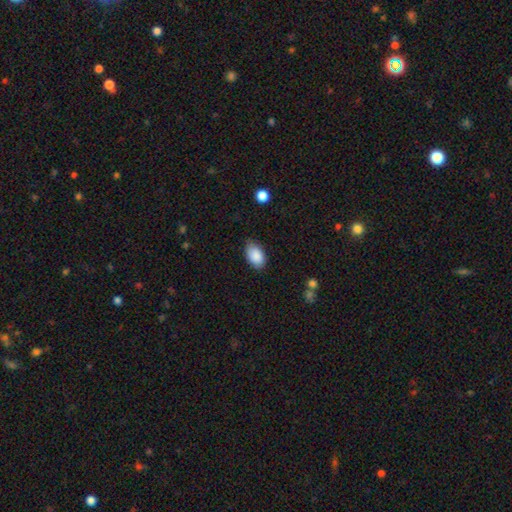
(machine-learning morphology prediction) Smooth or featured: smooth — 89% (star or artifact — 7%)
How rounded: in between — 92% (round — 7%)
Merging: none — 78% (minor disturbance — 17%)